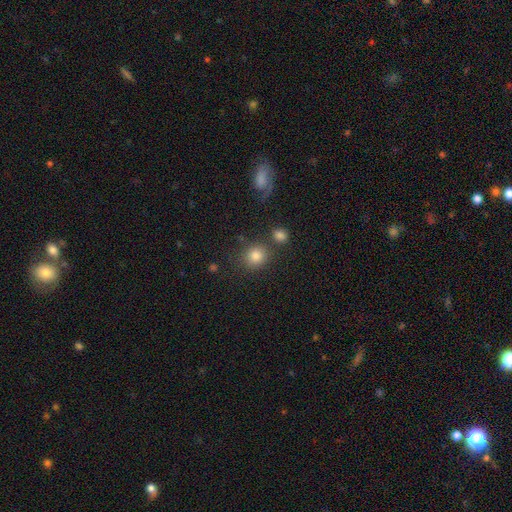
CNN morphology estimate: Smooth or featured? Predicted: smooth (p=0.81). How rounded? Predicted: round (p=0.78). Merging? Predicted: none (p=0.74).